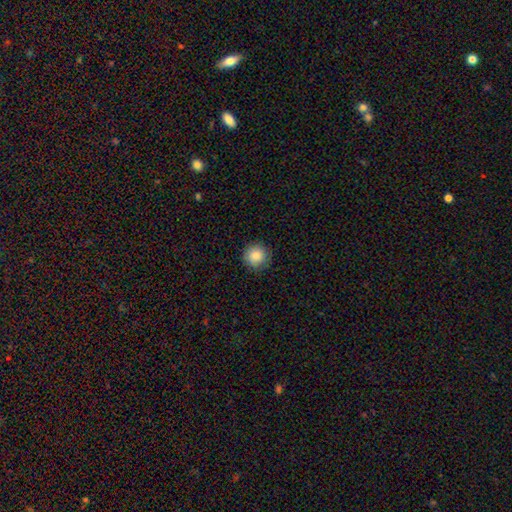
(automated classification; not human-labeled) Overall: smooth (86%). How rounded: round (95%). Merging: none (88%).